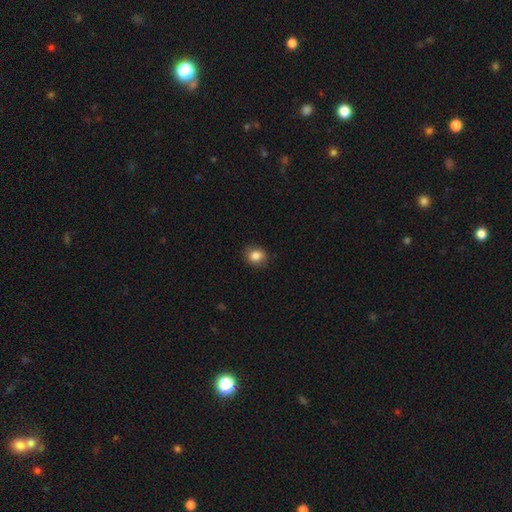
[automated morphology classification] This is clearly a smooth galaxy (84%). How rounded: likely round (71%). Merging: clearly none (86%).